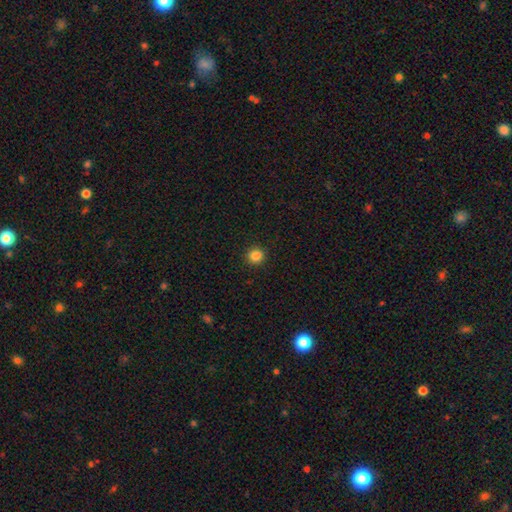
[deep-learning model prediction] This is clearly a smooth galaxy (83%). How rounded: clearly round (86%). Merging: clearly none (85%).